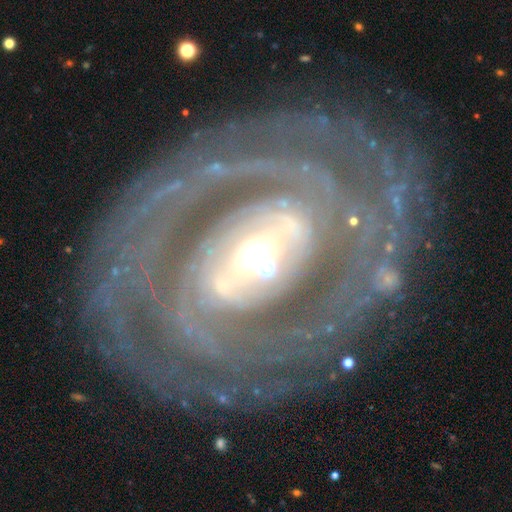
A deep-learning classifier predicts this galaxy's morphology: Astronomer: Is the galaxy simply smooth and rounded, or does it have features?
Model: featured or disk — 91%.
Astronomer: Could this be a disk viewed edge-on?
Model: no — 97%.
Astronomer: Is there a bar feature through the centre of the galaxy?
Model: strong — 44% (runner-up: weak, 35%).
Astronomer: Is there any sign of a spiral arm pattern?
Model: yes — 96%.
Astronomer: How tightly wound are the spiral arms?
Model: tight — 69%.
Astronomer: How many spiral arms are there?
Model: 2 — 32% (runner-up: can't tell, 23%).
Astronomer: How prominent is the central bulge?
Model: moderate — 48% (runner-up: small, 38%).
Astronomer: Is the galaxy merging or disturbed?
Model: none — 74%.